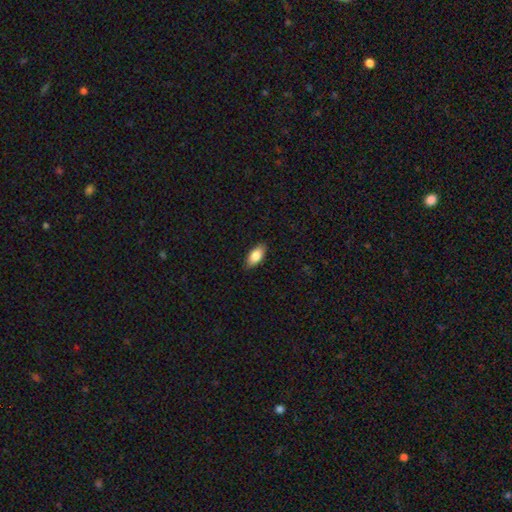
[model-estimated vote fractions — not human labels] Q: Smooth or featured?
A: smooth (84%); runner-up: featured or disk (9%)
Q: How rounded?
A: in between (91%); runner-up: cigar-shaped (7%)
Q: Merging?
A: none (88%); runner-up: minor disturbance (9%)